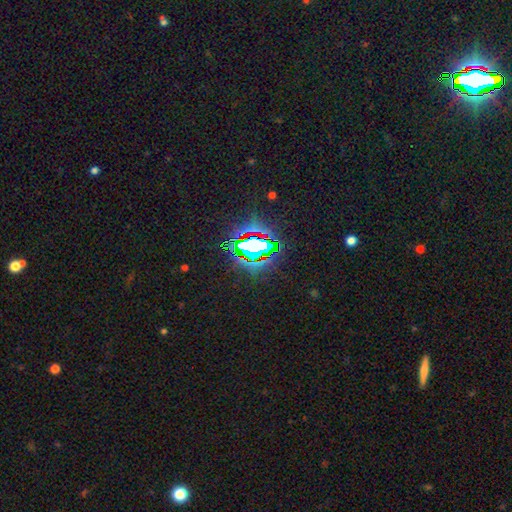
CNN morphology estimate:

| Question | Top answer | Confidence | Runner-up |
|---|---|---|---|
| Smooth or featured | star or artifact | 83% | smooth (10%) |